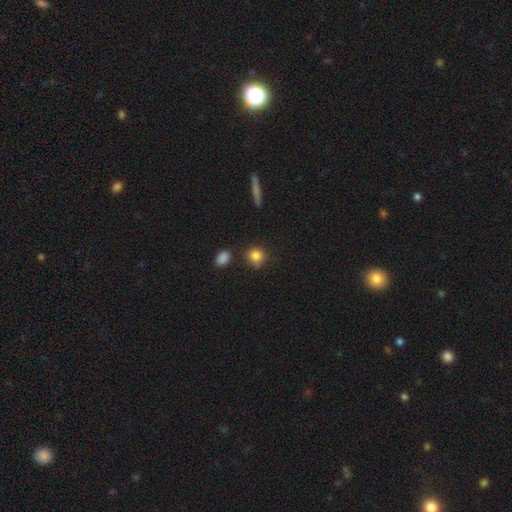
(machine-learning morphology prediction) Overall: smooth (84%). How rounded: round (84%). Merging: none (78%).